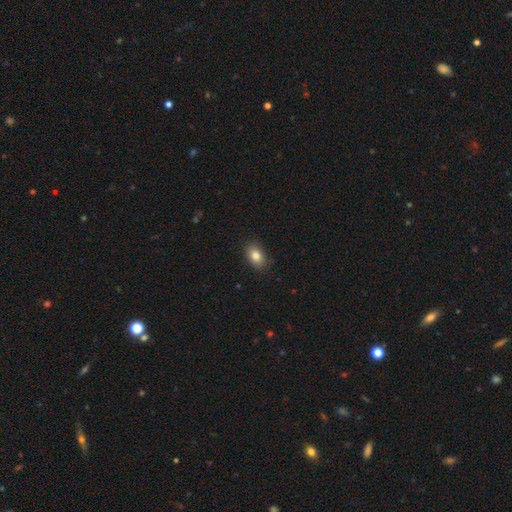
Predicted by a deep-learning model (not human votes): This appears to be a smooth galaxy with no disk features (84%) that is in between round and cigar-shaped (84%). Merging: none (86%).